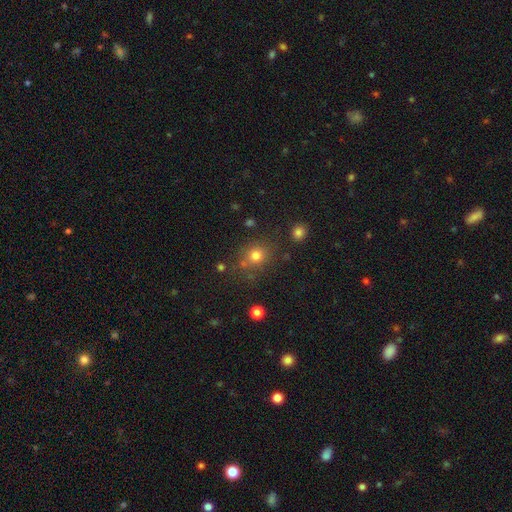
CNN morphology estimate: Overall: smooth (76%). How rounded: round (80%). Merging: none (74%).